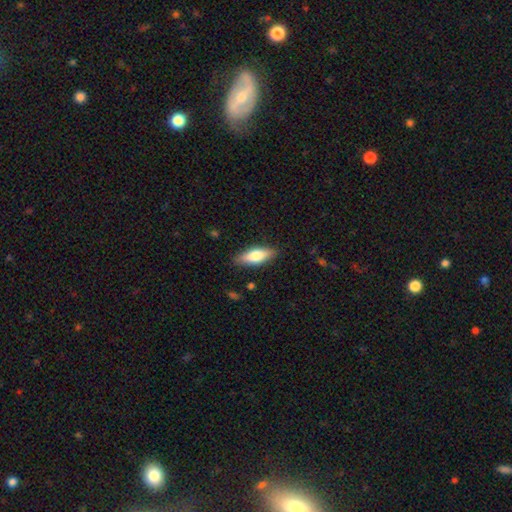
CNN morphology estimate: Smooth or featured: smooth — 69% (featured or disk — 25%)
How rounded: in between — 66% (cigar-shaped — 32%)
Merging: none — 87% (minor disturbance — 10%)